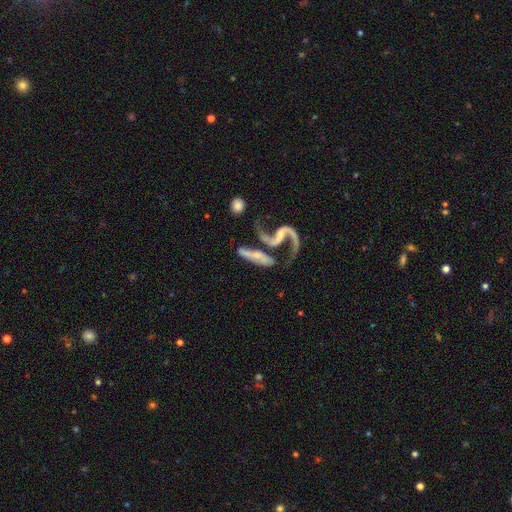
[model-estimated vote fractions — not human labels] A featured or disk galaxy (74%) with no bar (49%), spiral arms (78%) and a small central bulge (52%). Merging: merger (41%).